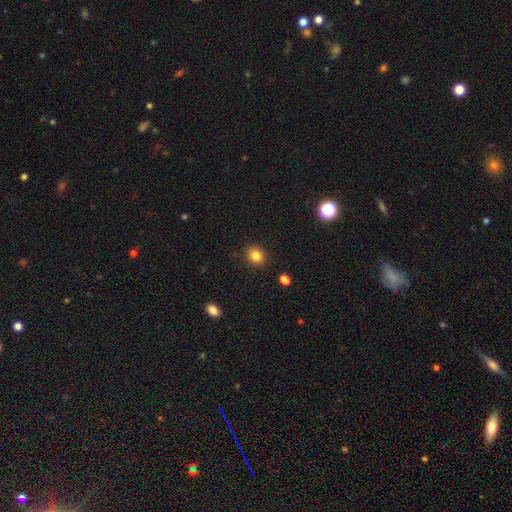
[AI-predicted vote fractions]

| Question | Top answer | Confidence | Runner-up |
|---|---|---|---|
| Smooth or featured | smooth | 84% | star or artifact (11%) |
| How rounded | round | 66% | in between (33%) |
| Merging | none | 89% | minor disturbance (7%) |